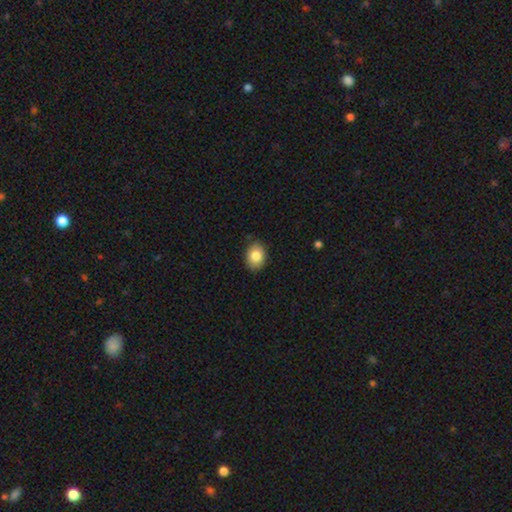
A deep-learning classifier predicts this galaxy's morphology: smooth-or-featured: smooth: 84% | featured or disk: 8% | star or artifact: 8%
  how-rounded: in between: 63% | round: 36% | cigar-shaped: 1%
  merging: none: 85% | minor disturbance: 12% | major disturbance: 2% | merger: 1%